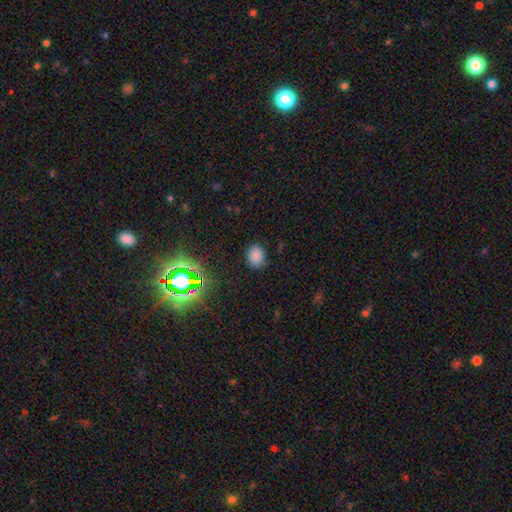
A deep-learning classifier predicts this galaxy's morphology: A smooth galaxy with no disk features (78%) that is in between round and cigar-shaped (57%). Merging: none (83%).